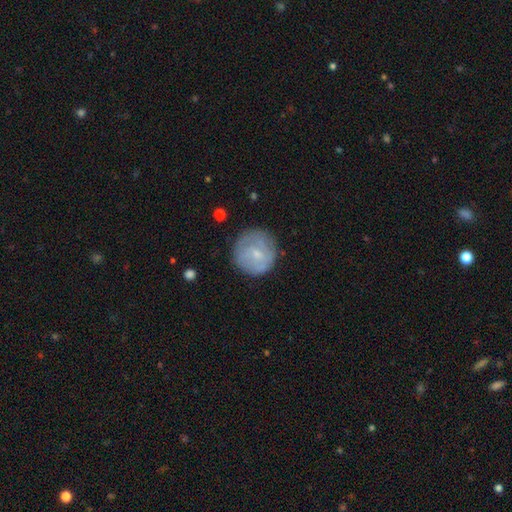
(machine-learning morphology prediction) This appears to be a smooth galaxy with no disk features (52%) that is round (93%). Merging: none (77%).